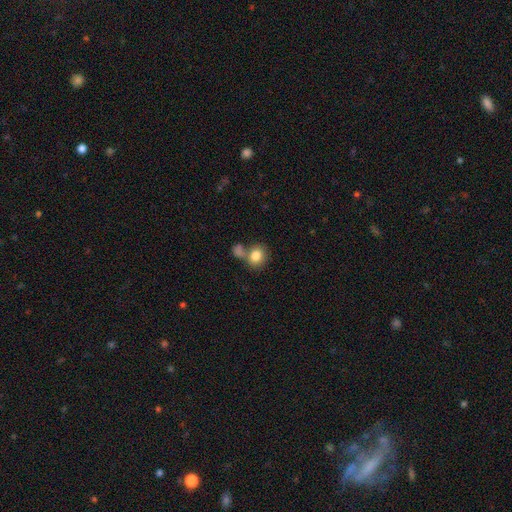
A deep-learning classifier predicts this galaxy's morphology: smooth_or_featured: smooth (p=0.83) [alt: star or artifact p=0.09]
how_rounded: round (p=0.67) [alt: in between p=0.32]
merging: none (p=0.49) [alt: merger p=0.34]